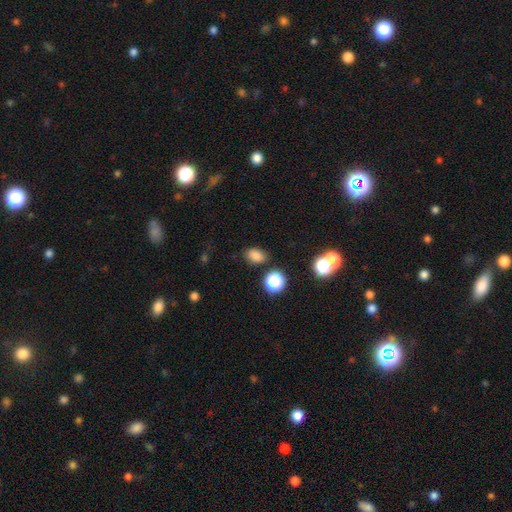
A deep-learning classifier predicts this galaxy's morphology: Smooth or featured? Predicted: smooth (p=0.80). How rounded? Predicted: in between (p=0.71). Merging? Predicted: none (p=0.81).